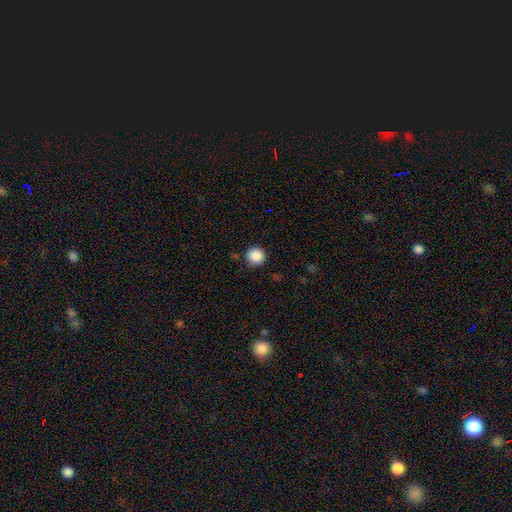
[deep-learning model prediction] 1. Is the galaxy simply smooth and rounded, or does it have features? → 88% smooth, 9% star or artifact, 3% featured or disk.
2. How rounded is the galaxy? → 95% round, 4% in between, 1% cigar-shaped.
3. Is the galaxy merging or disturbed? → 87% none, 8% minor disturbance, 2% major disturbance, 2% merger.